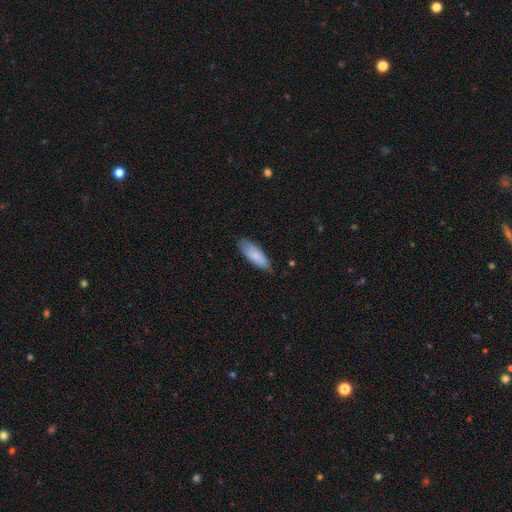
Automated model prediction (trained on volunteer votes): The model was most divided on "how rounded": in between: 64%, cigar-shaped: 35%, round: 2%. More confident: smooth or featured — smooth (84%); merging — none (75%).